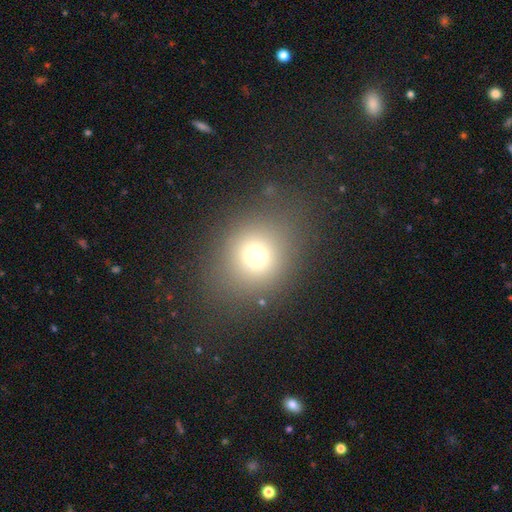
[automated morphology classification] A smooth galaxy with no disk features (71%) that is round (77%).

Vote fractions:
- Smooth or featured? smooth: 71% / star or artifact: 19% / featured or disk: 11%
- How rounded? round: 77% / in between: 22% / cigar-shaped: 1%
- Merging? none: 81% / minor disturbance: 10% / major disturbance: 7% / merger: 2%